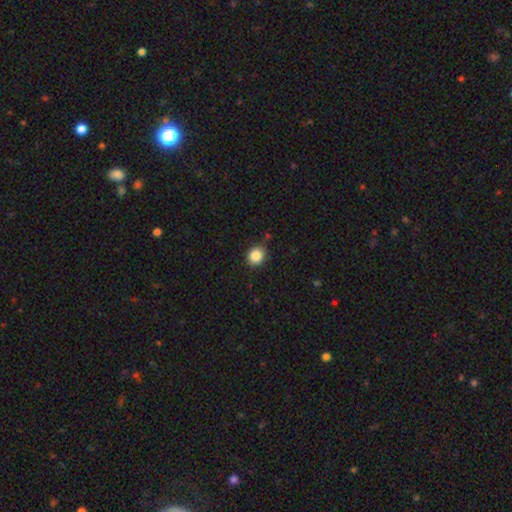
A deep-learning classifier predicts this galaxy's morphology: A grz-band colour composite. It shows a smooth galaxy with no disk features (86%) that is round (77%). Merging: none (84%).